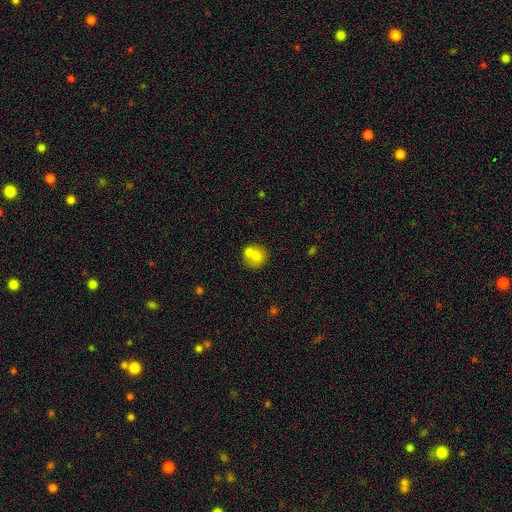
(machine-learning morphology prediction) type=smooth (70%); roundness=round (83%); merging=merger (47%).